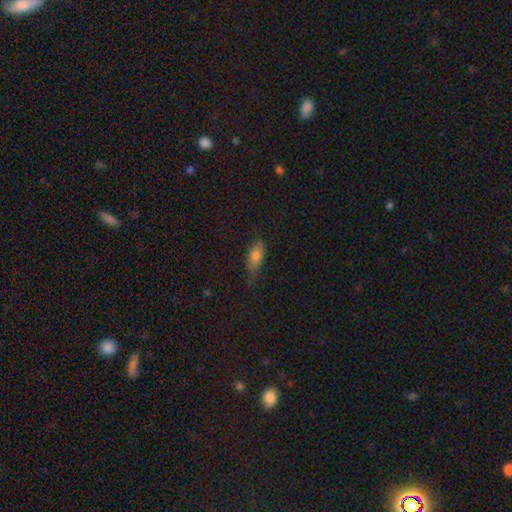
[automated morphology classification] smooth 77%, featured or disk 15%, star or artifact 8%. Down the decision tree: how rounded — in between (79%); merging — none (65%).